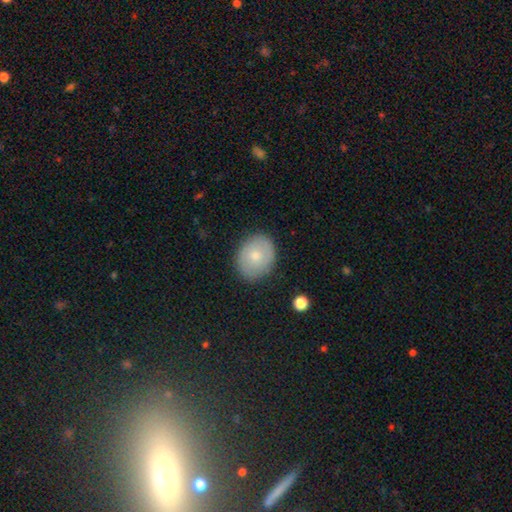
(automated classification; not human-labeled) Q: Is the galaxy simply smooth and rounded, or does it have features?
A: smooth — 71%.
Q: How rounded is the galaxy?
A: round — 50%.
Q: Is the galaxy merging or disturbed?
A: none — 84%.